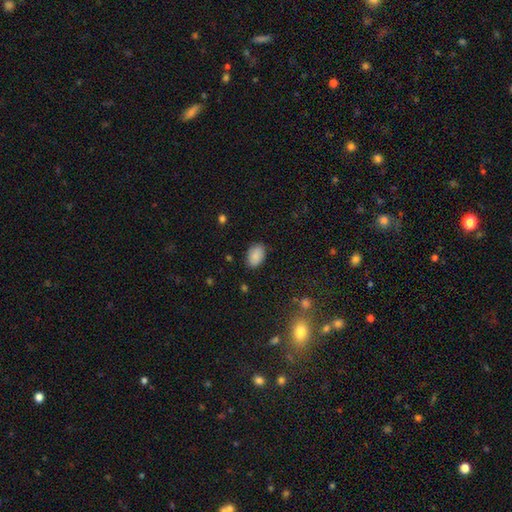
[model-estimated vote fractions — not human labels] Smooth or featured? Predicted: smooth (p=0.88). How rounded? Predicted: in between (p=0.90). Merging? Predicted: none (p=0.85).